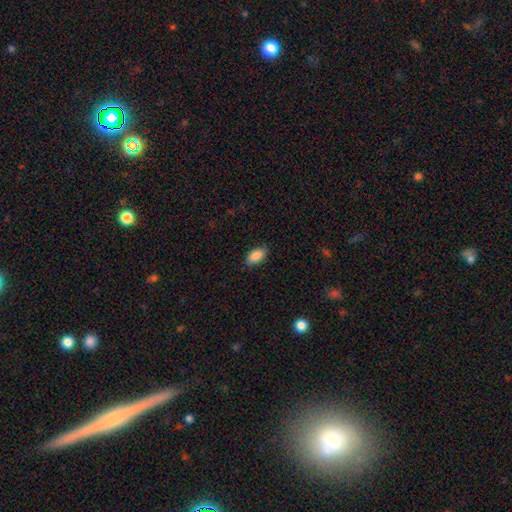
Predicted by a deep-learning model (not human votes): A smooth galaxy with no disk features (89%) that is in between round and cigar-shaped (93%).

Vote fractions:
- Smooth or featured? smooth: 89% / star or artifact: 7% / featured or disk: 5%
- How rounded? in between: 93% / round: 4% / cigar-shaped: 3%
- Merging? none: 85% / minor disturbance: 11% / major disturbance: 2% / merger: 1%